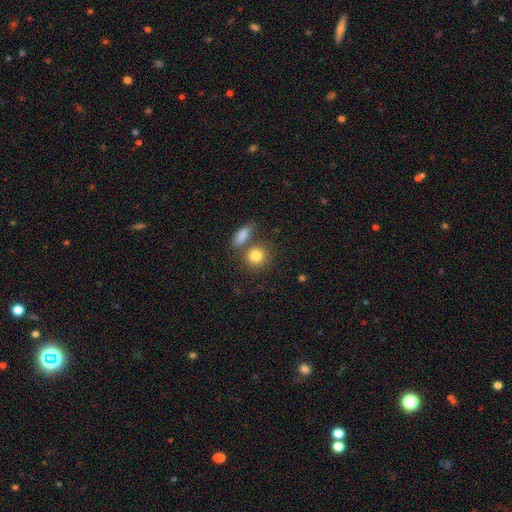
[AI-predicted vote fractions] A smooth galaxy with no disk features (83%) that is round (75%).

Vote fractions:
- Smooth or featured? smooth: 83% / star or artifact: 9% / featured or disk: 8%
- How rounded? round: 75% / in between: 23% / cigar-shaped: 2%
- Merging? none: 62% / merger: 24% / minor disturbance: 10% / major disturbance: 4%